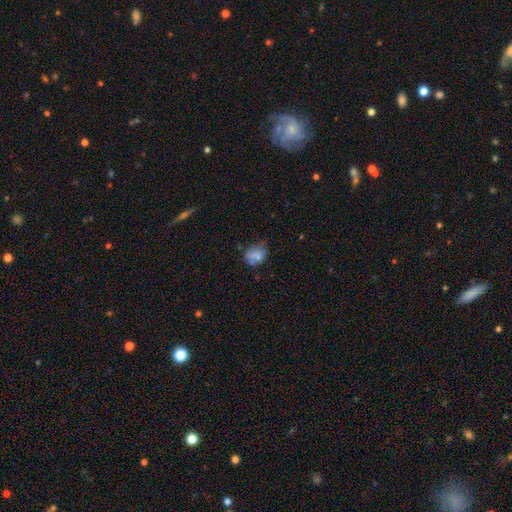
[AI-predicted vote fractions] Smooth or featured? Predicted: smooth (p=0.69). How rounded? Predicted: in between (p=0.65). Merging? Predicted: none (p=0.43).